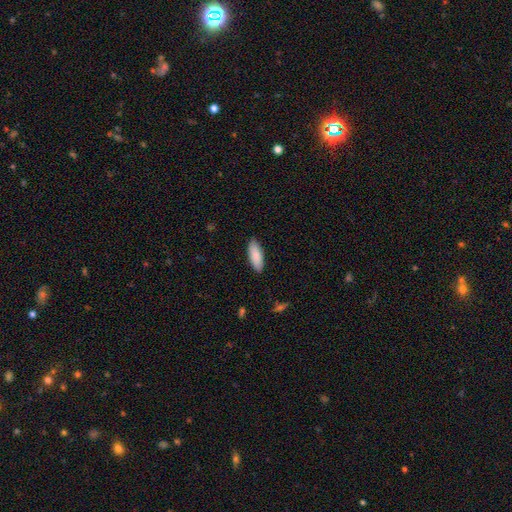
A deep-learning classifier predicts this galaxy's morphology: smooth_or_featured: smooth (p=0.88) [alt: featured or disk p=0.06]
how_rounded: in between (p=0.68) [alt: cigar-shaped p=0.31]
merging: none (p=0.88) [alt: minor disturbance p=0.09]